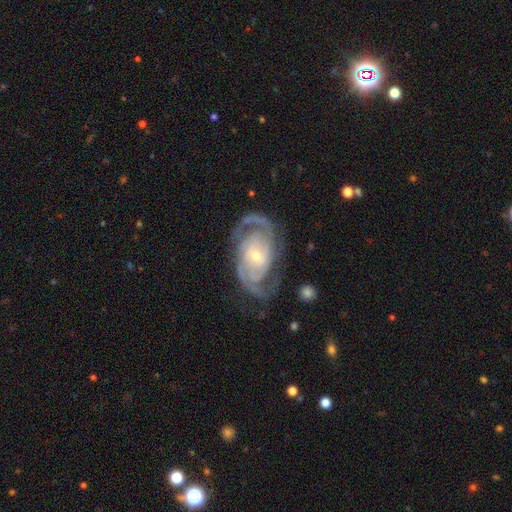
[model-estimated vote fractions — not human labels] A featured or disk galaxy (91%) with no bar (59%), 2 (75%) tight (51%) spiral arms (98%) and a small central bulge (63%). Merging: none (74%).